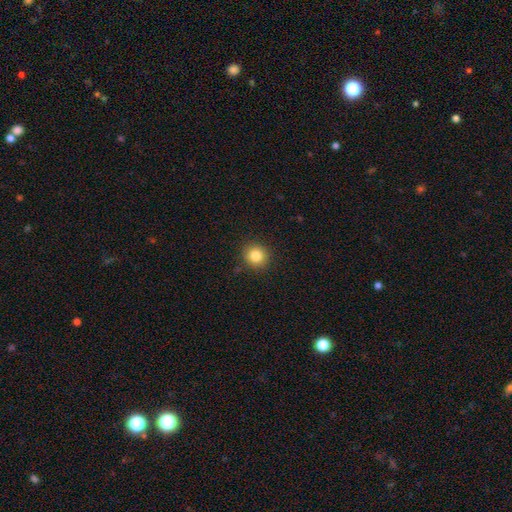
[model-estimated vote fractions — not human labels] smooth_or_featured: smooth (p=0.84) [alt: star or artifact p=0.11]
how_rounded: round (p=0.90) [alt: in between p=0.09]
merging: none (p=0.90) [alt: minor disturbance p=0.07]